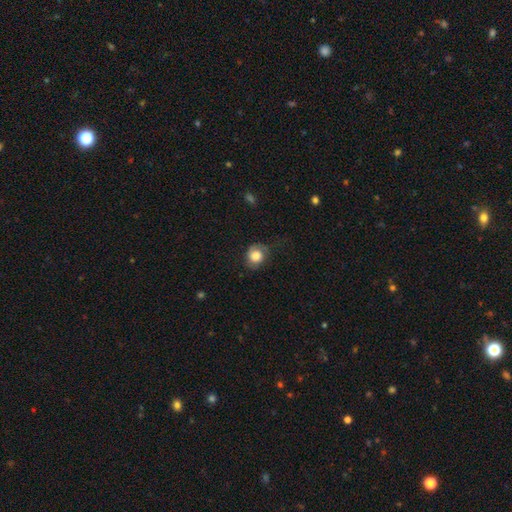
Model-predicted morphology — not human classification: Overall: smooth (69%). How rounded: round (69%; in between 30%). Merging: none (59%; minor disturbance 25%).